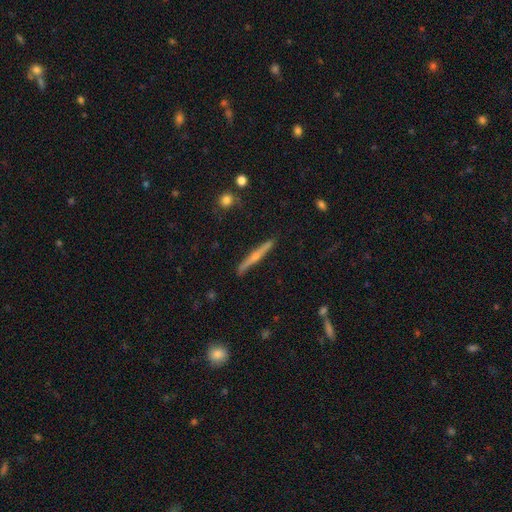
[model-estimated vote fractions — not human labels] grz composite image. It shows a featured or disk galaxy (67%) viewed edge-on (97%) with a rounded central bulge (79%). Merging: none (88%).